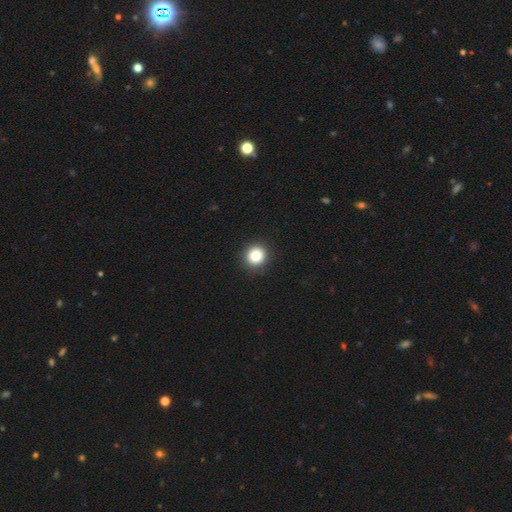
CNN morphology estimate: This appears to be a smooth galaxy with no disk features (86%) that is round (91%). Merging: none (91%).